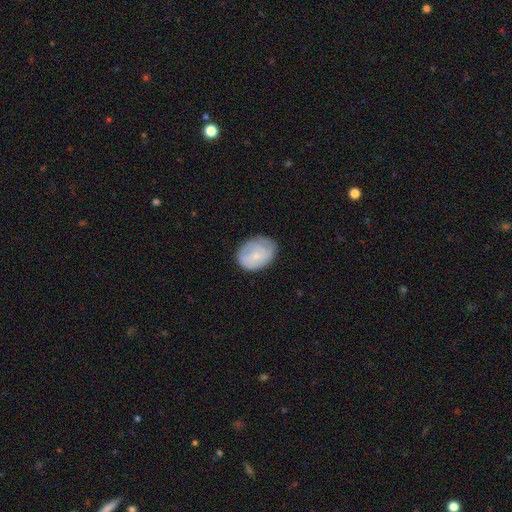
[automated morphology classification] Smooth or featured? Predicted: smooth (p=0.63). How rounded? Predicted: in between (p=0.64). Merging? Predicted: none (p=0.70).